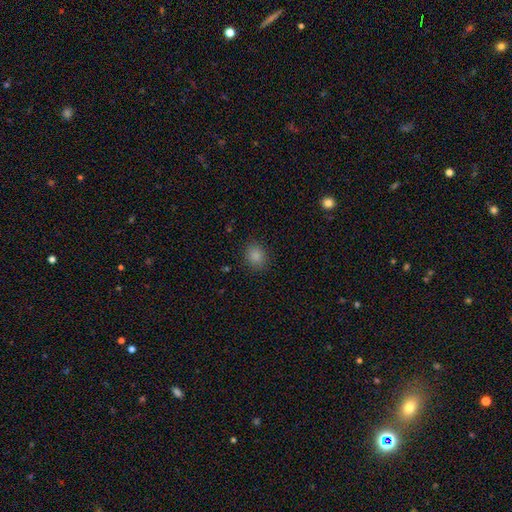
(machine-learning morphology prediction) smooth 85%, star or artifact 11%, featured or disk 4%. Down the decision tree: how rounded — round (62%); merging — none (87%).